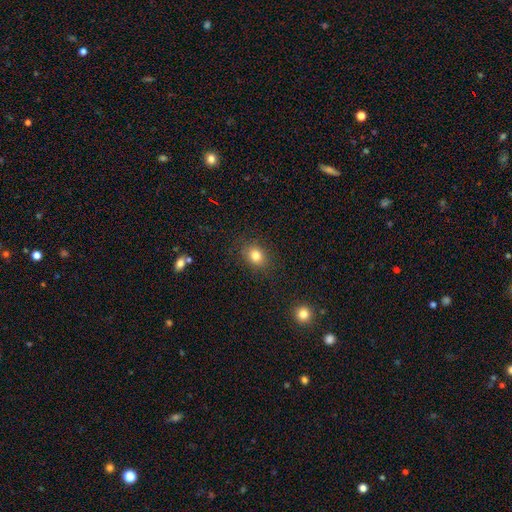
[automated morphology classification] The model was most divided on "how rounded": round: 54%, in between: 45%, cigar-shaped: 1%. More confident: merging — none (85%); smooth or featured — smooth (81%).